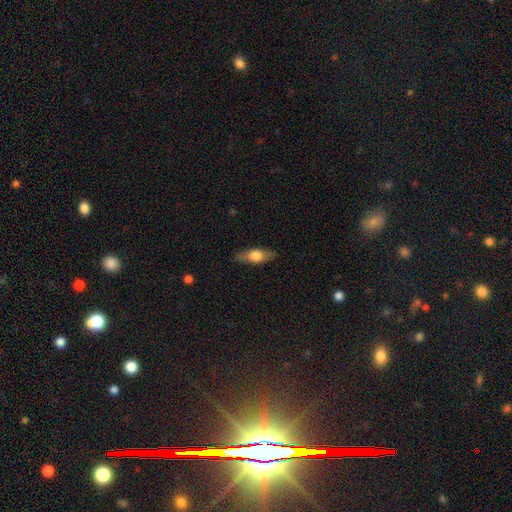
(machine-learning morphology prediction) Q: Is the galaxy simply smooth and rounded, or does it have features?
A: smooth — 58%.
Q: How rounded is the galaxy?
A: in between — 64%.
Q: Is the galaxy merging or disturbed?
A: none — 85%.